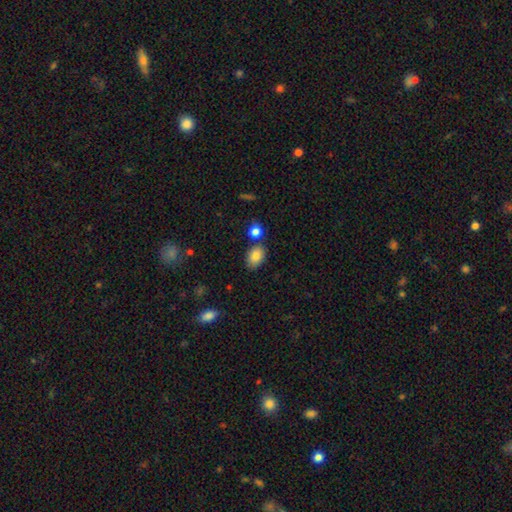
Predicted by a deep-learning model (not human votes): Q: Smooth or featured?
A: smooth (84%); runner-up: star or artifact (8%)
Q: How rounded?
A: in between (86%); runner-up: round (12%)
Q: Merging?
A: none (73%); runner-up: minor disturbance (14%)